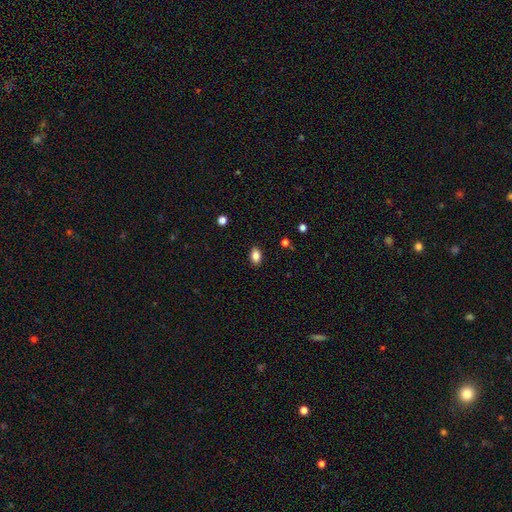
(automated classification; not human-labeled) smooth 85%, star or artifact 9%, featured or disk 6%. Down the decision tree: how rounded — in between (86%); merging — none (88%).